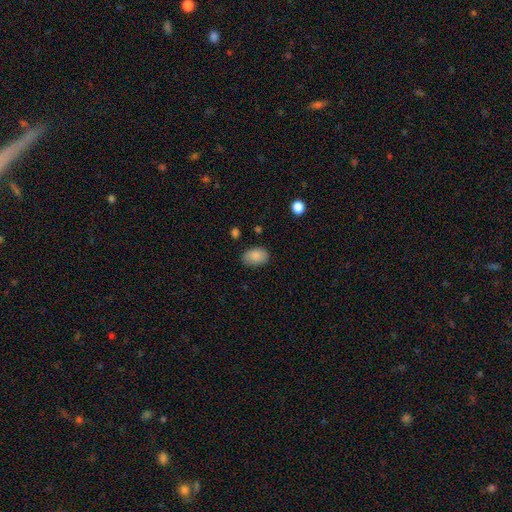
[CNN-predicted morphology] type=smooth (88%); roundness=in between (86%); merging=none (81%).